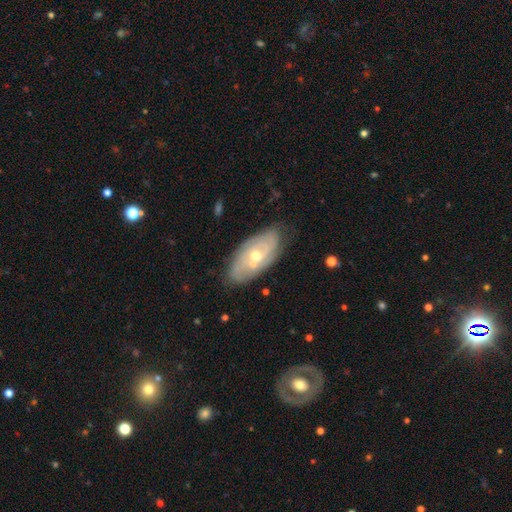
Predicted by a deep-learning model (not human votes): featured or disk 73%, smooth 21%, star or artifact 7%. Down the decision tree: edge-on disk — no (91%); bar — no (74%); spiral arms — yes (77%); spiral arm count — can't tell (46%); spiral winding — tight (64%); bulge size — moderate (51%); merging — none (73%).